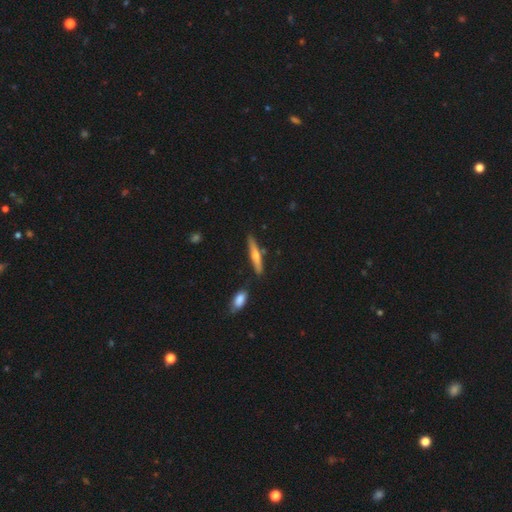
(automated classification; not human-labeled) Smooth or featured? Predicted: featured or disk (p=0.48). Merging? Predicted: none (p=0.81).